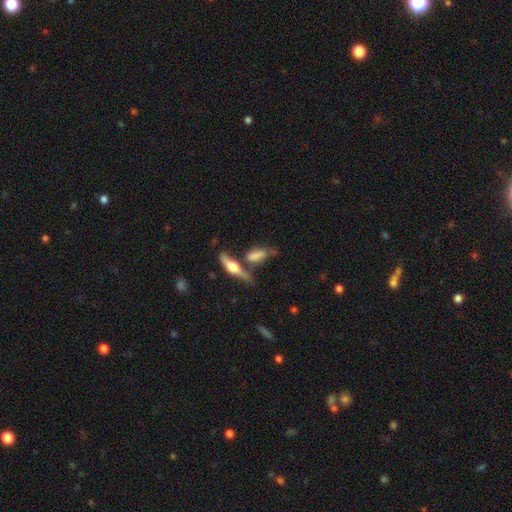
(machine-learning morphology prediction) A smooth galaxy with no disk features (61%) that is in between round and cigar-shaped (70%).

Vote fractions:
- Smooth or featured? smooth: 61% / featured or disk: 31% / star or artifact: 9%
- How rounded? in between: 70% / cigar-shaped: 25% / round: 5%
- Merging? none: 40% / merger: 33% / minor disturbance: 17% / major disturbance: 9%